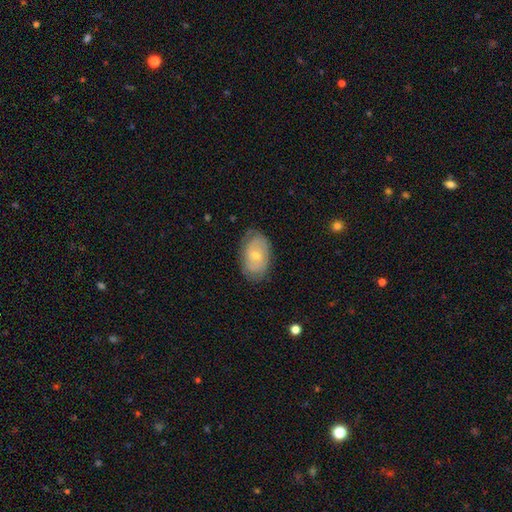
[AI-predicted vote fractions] Smooth or featured: smooth — 49% (featured or disk — 45%)
Merging: none — 74% (minor disturbance — 20%)